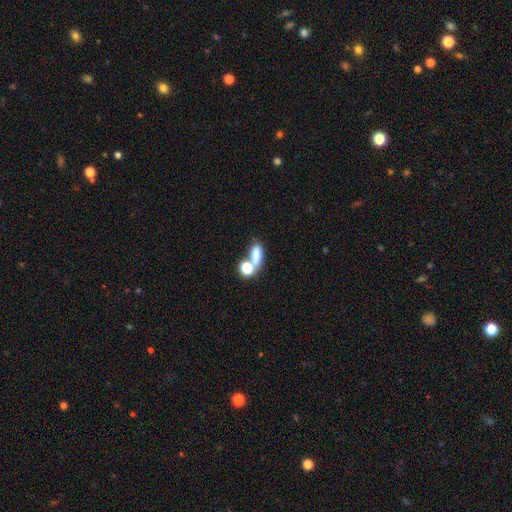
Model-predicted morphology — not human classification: A smooth galaxy with no disk features (74%) that is in between round and cigar-shaped (67%). Merging: merger (45%).